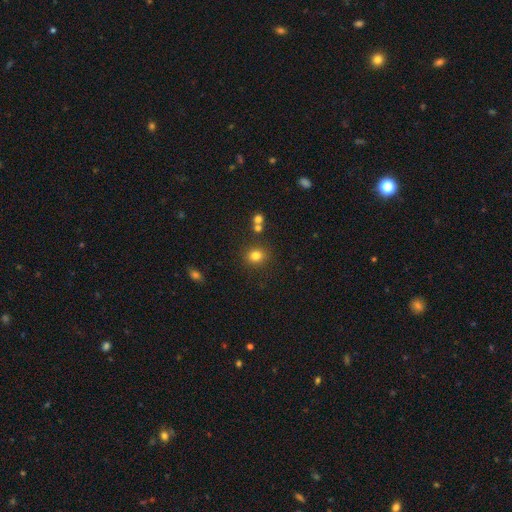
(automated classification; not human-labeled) Overall: smooth (80%). How rounded: round (80%). Merging: none (83%).